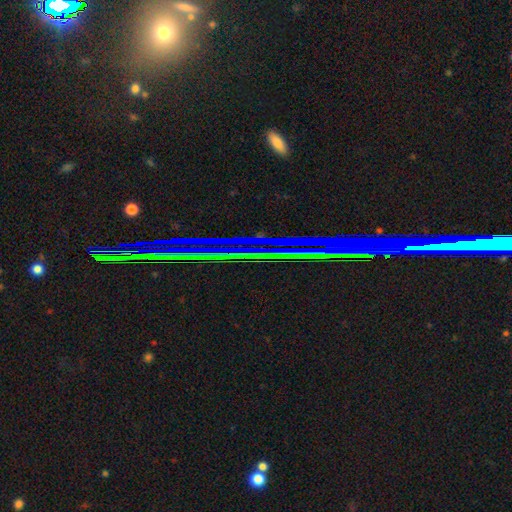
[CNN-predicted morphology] smooth_or_featured: star or artifact (p=0.80) [alt: featured or disk p=0.11]